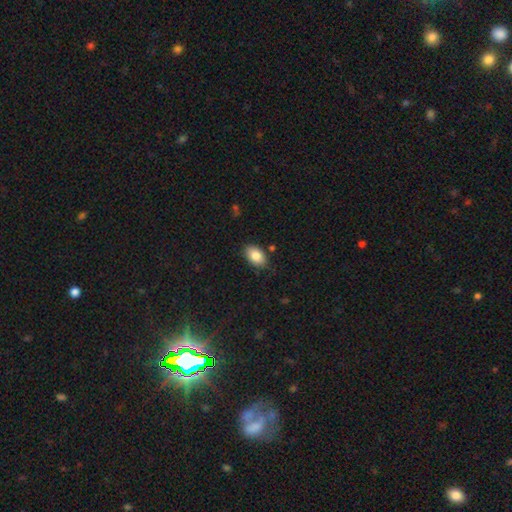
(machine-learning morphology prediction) Smooth or featured?
  - smooth: 84% *
  - featured or disk: 8%
  - star or artifact: 8%
How rounded?
  - in between: 89% *
  - round: 10%
  - cigar-shaped: 1%
Merging?
  - none: 82% *
  - minor disturbance: 14%
  - major disturbance: 3%
  - merger: 2%